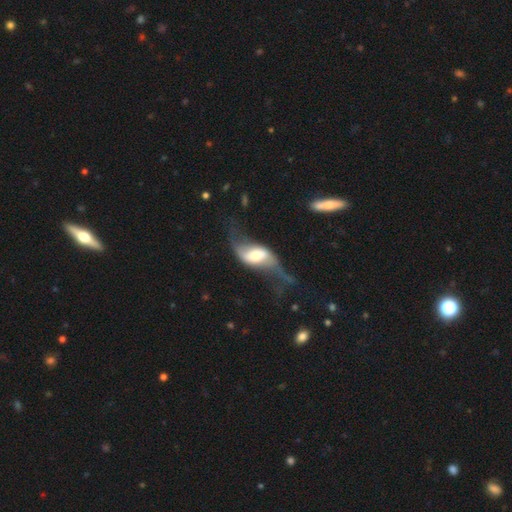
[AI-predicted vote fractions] smooth-or-featured: featured or disk: 77% | smooth: 17% | star or artifact: 5%
  disk-edge-on: no: 89% | yes: 11%
    bar: strong: 38% | weak: 36% | no: 26%
    has-spiral-arms: yes: 85% | no: 15%
      spiral-winding: loose: 87% | medium: 9% | tight: 3%
      spiral-arm-count: 2: 91% | can't tell: 3% | 1: 3% | 3: 1% | 4: 1% | more than 4: 1%
    bulge-size: moderate: 55% | small: 21% | large: 18% | dominant: 4% | none: 2%
  merging: none: 41% | major disturbance: 35% | minor disturbance: 19% | merger: 5%